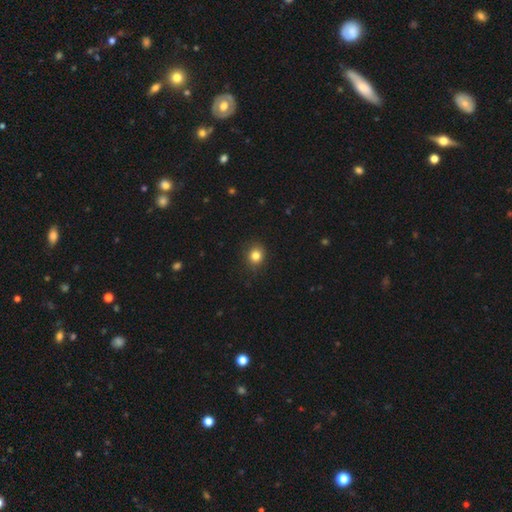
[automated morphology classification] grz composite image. It shows a smooth galaxy with no disk features (83%) that is round (80%). Merging: none (87%).